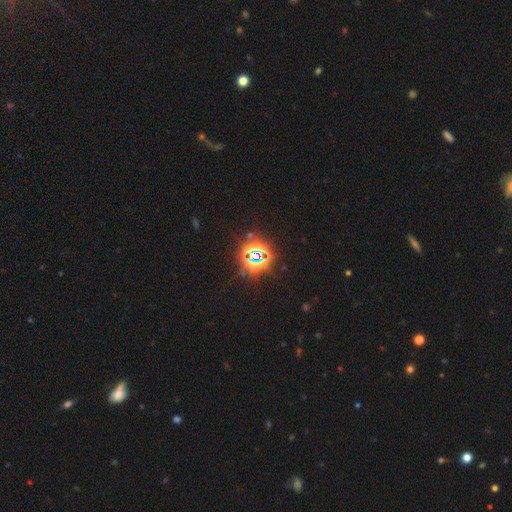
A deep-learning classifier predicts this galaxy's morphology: Q: Smooth or featured?
A: star or artifact (80%); runner-up: smooth (12%)